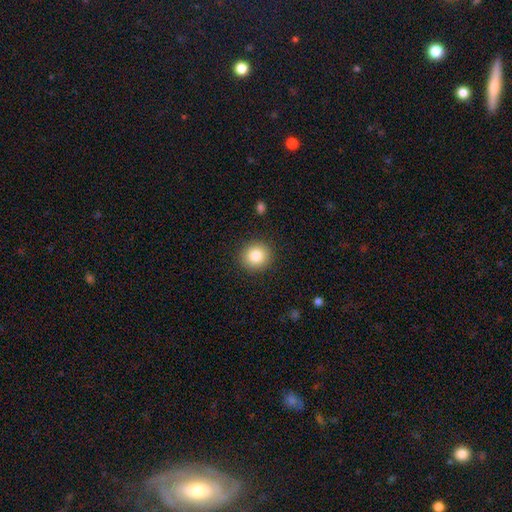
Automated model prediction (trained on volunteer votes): Smooth or featured?
  - smooth: 85% *
  - star or artifact: 9%
  - featured or disk: 6%
How rounded?
  - round: 89% *
  - in between: 10%
  - cigar-shaped: 1%
Merging?
  - none: 90% *
  - minor disturbance: 6%
  - major disturbance: 2%
  - merger: 1%